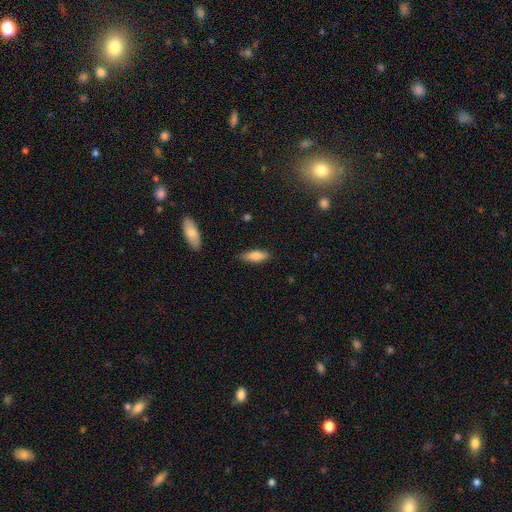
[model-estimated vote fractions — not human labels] Overall: smooth (78%). How rounded: in between (61%; cigar-shaped 37%). Merging: none (85%).